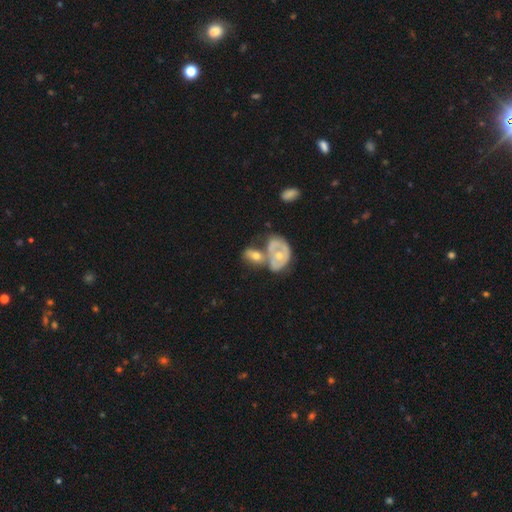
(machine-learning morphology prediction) smooth_or_featured: featured or disk (p=0.50) [alt: smooth p=0.43]
merging: merger (p=0.54) [alt: none p=0.23]